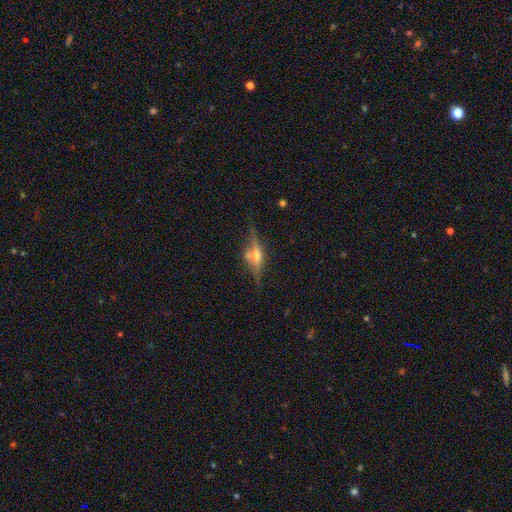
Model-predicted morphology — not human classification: This is likely a featured or disk galaxy (75%). It is clearly viewed edge-on (92%). Edge-on bulge: clearly rounded (88%). Merging: likely none (74%).